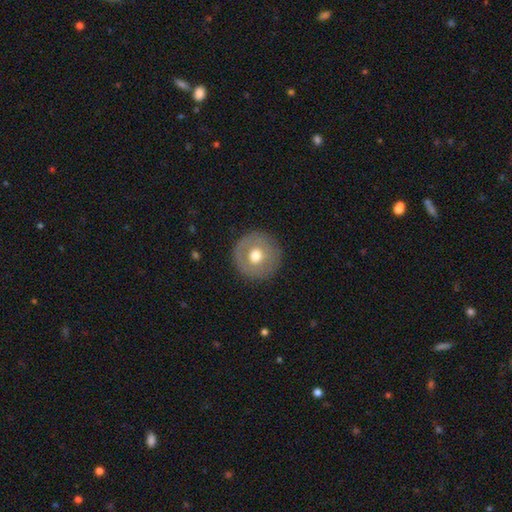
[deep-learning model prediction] Smooth or featured? Predicted: smooth (p=0.58). How rounded? Predicted: round (p=0.95). Merging? Predicted: none (p=0.88).